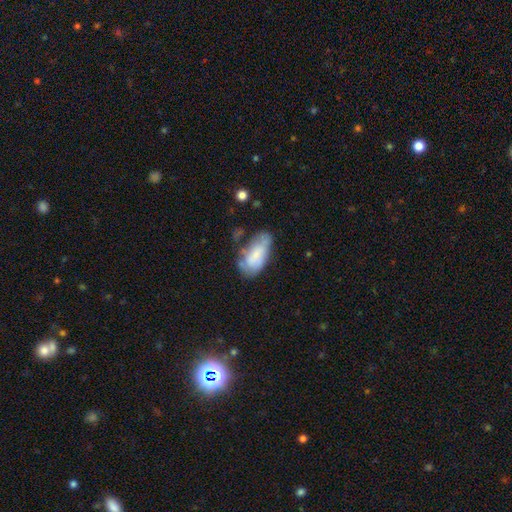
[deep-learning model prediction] Smooth or featured?
  - smooth: 68% *
  - featured or disk: 25%
  - star or artifact: 7%
How rounded?
  - in between: 92% *
  - cigar-shaped: 6%
  - round: 3%
Merging?
  - none: 42% *
  - minor disturbance: 34%
  - major disturbance: 17%
  - merger: 8%